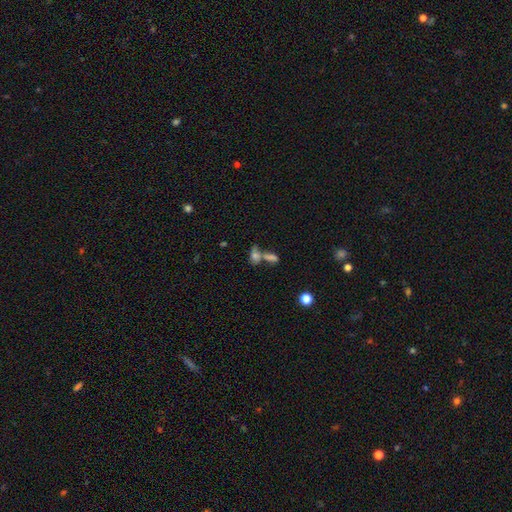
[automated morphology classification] Smooth or featured: smooth — 49% (star or artifact — 28%)
Merging: none — 43% (merger — 41%)